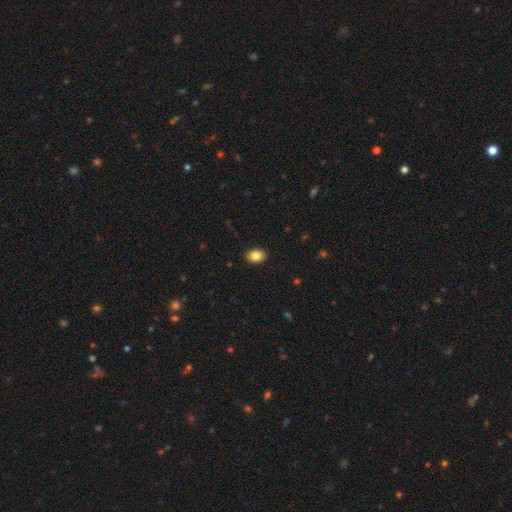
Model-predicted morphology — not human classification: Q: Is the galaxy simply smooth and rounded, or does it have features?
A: smooth — 85%.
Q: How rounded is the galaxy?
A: in between — 77%.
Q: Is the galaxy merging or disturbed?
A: none — 90%.